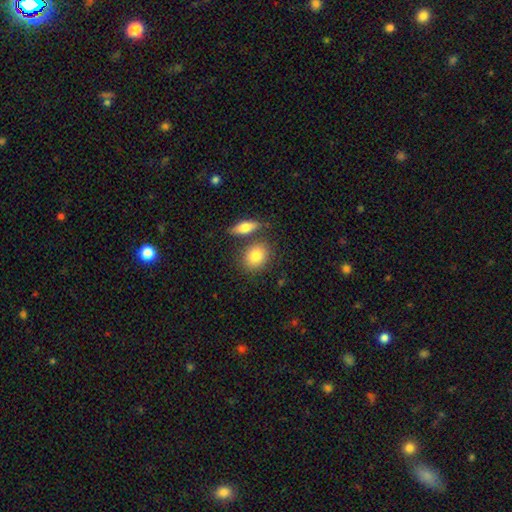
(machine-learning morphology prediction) A smooth galaxy with no disk features (82%) that is in between round and cigar-shaped (52%).

Vote fractions:
- Smooth or featured? smooth: 82% / featured or disk: 11% / star or artifact: 7%
- How rounded? in between: 52% / round: 46% / cigar-shaped: 2%
- Merging? none: 69% / merger: 16% / minor disturbance: 11% / major disturbance: 3%